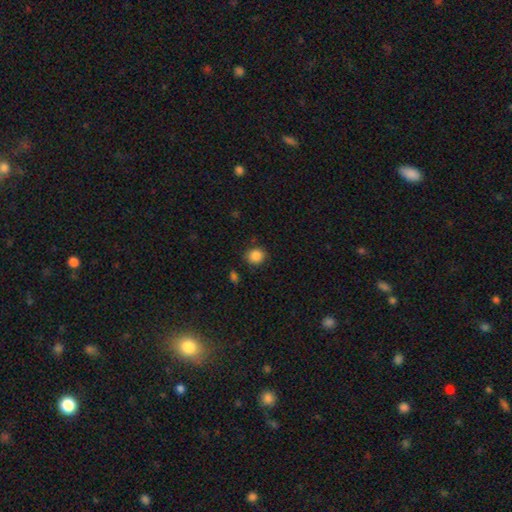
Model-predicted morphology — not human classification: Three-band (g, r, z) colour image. It shows a smooth galaxy with no disk features (87%) that is round (81%). Merging: none (84%).